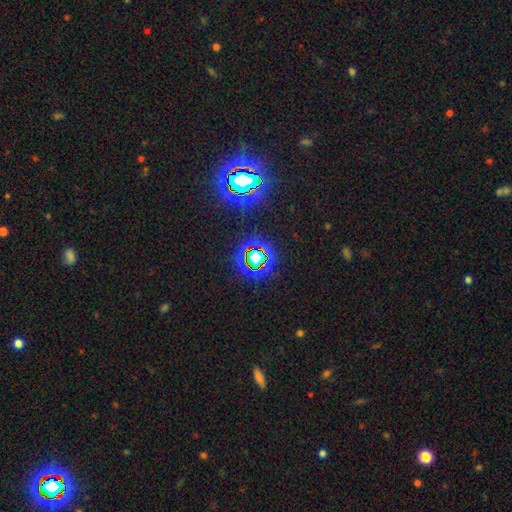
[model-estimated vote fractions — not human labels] This appears to be a star or artifact, not a galaxy (71%).